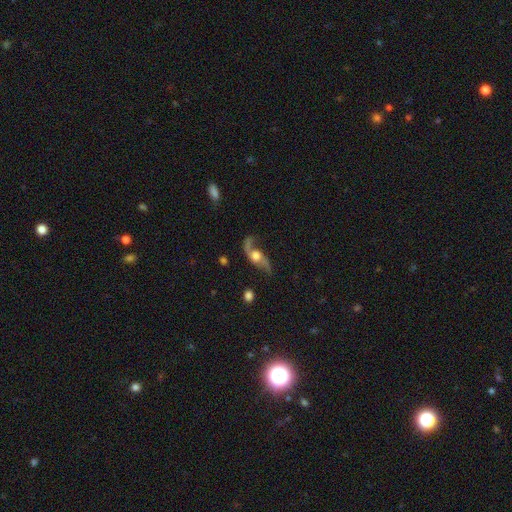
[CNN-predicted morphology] Overall: featured or disk (83%). Edge-on disk: no (89%). Bar: no (71%). Spiral arms: yes (94%). Spiral arm count: 2 (90%). Spiral winding: loose (83%). Bulge size: moderate (52%; large 33%). Merging: none (60%).